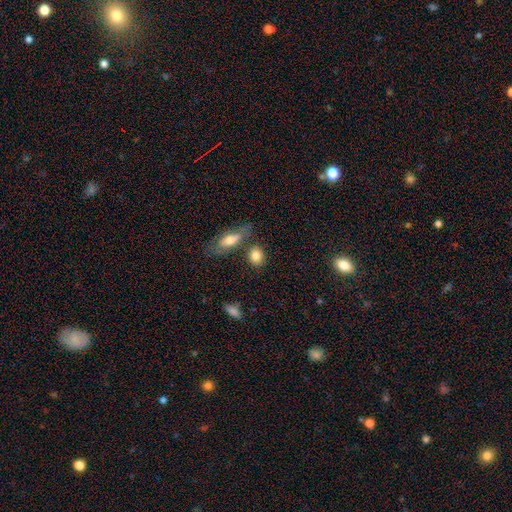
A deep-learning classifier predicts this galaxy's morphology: Smooth or featured? Predicted: smooth (p=0.82). How rounded? Predicted: round (p=0.51). Merging? Predicted: none (p=0.71).